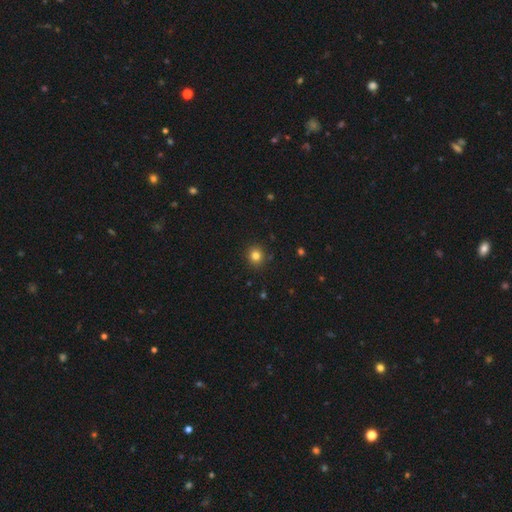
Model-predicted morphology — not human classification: Smooth or featured? smooth (80%)
How rounded? round (87%)
Merging? none (90%)